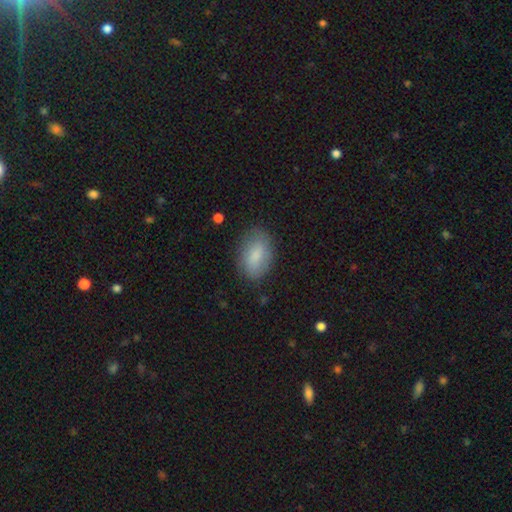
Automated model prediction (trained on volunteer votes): smooth 81%, featured or disk 13%, star or artifact 7%. Down the decision tree: how rounded — in between (91%); merging — none (79%).